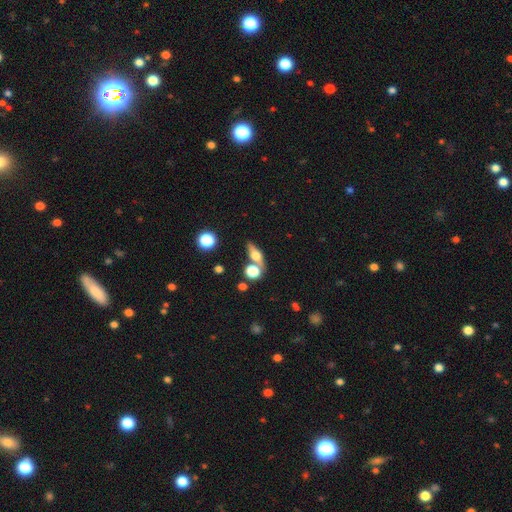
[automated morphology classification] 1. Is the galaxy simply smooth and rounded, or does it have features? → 48% smooth, 40% featured or disk, 12% star or artifact.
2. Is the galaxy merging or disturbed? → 60% none, 22% merger, 12% minor disturbance, 5% major disturbance.